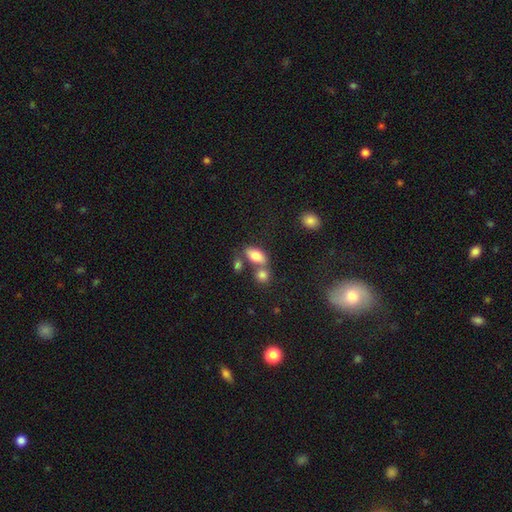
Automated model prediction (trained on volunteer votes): This appears to be a smooth galaxy with no disk features (80%) that is in between round and cigar-shaped (87%). Merging: none (50%).